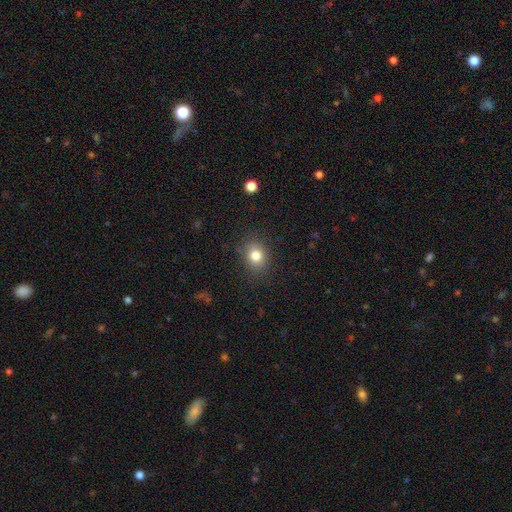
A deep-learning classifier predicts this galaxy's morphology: A smooth galaxy with no disk features (80%) that is round (58%). Merging: none (84%).